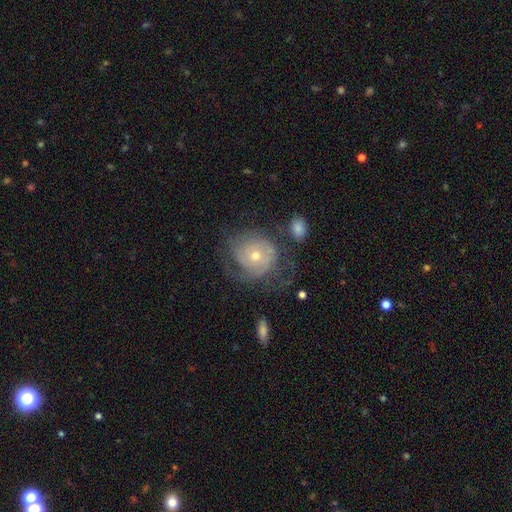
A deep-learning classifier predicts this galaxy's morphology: A featured or disk galaxy (69%) with no bar (82%), tight (59%) spiral arms (83%) and a small central bulge (52%).

Vote fractions:
- Smooth or featured? featured or disk: 69% / smooth: 23% / star or artifact: 8%
- Edge-on disk? no: 97% / yes: 3%
- Bar? no: 82% / weak: 15% / strong: 3%
- Spiral arms? yes: 83% / no: 17%
- Spiral winding? tight: 59% / medium: 27% / loose: 13%
- Spiral arm count? can't tell: 41% / 2: 28% / 3: 13% / 1: 10% / 4: 4% / more than 4: 3%
- Bulge size? small: 52% / moderate: 44% / large: 2% / none: 1% / dominant: 1%
- Merging? none: 53% / minor disturbance: 22% / major disturbance: 21% / merger: 4%